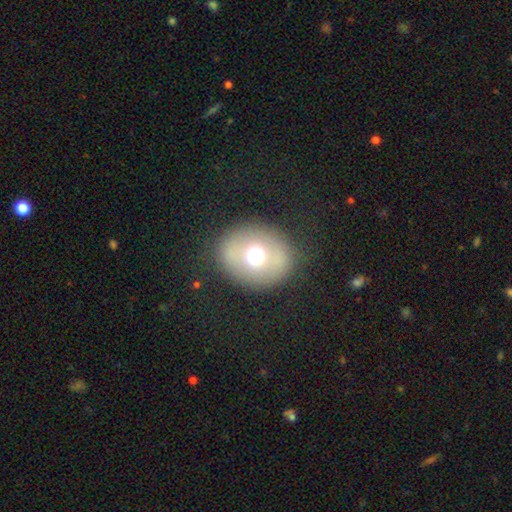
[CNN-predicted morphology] Smooth or featured?
  - smooth: 61% *
  - featured or disk: 25%
  - star or artifact: 14%
How rounded?
  - round: 63% *
  - in between: 36%
  - cigar-shaped: 1%
Merging?
  - none: 83% *
  - minor disturbance: 10%
  - major disturbance: 6%
  - merger: 1%